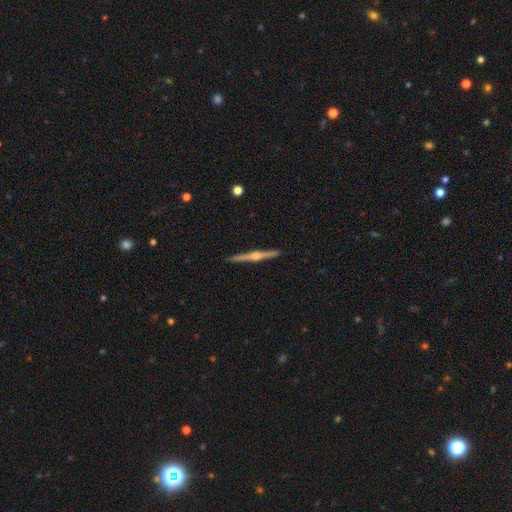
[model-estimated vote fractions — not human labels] This appears to be a featured or disk galaxy (80%) viewed edge-on (99%) with a rounded central bulge (88%). Merging: none (93%).